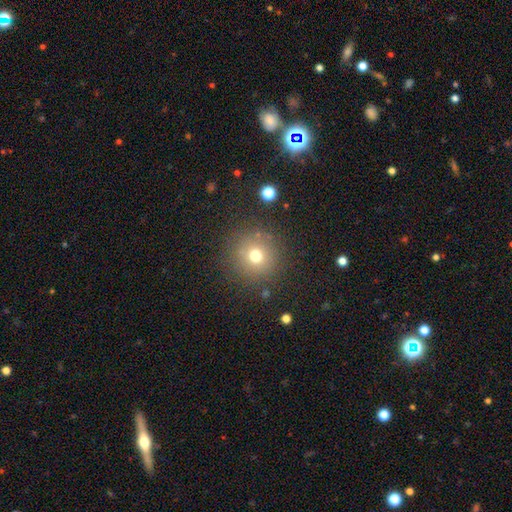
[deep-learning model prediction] smooth 70%, star or artifact 18%, featured or disk 12%. Down the decision tree: how rounded — round (94%); merging — none (86%).